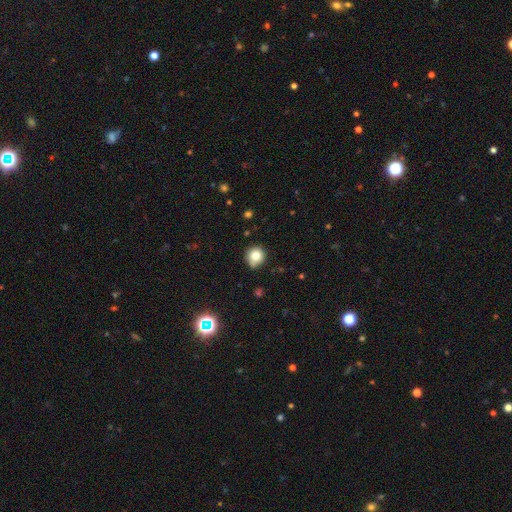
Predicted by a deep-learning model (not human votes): Morphology: type=smooth (80%); roundness=round (89%); merging=none (72%).